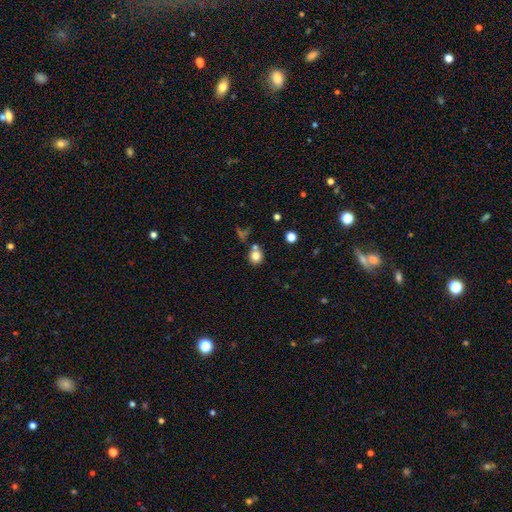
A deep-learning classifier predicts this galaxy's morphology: Overall: smooth (80%). How rounded: round (86%). Merging: none (67%).